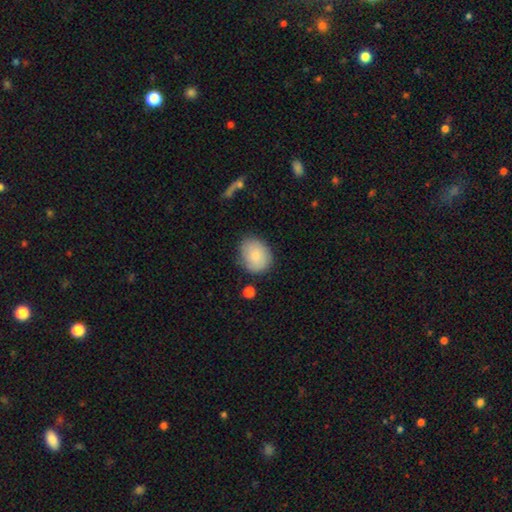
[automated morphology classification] This is clearly a smooth galaxy (81%). How rounded: likely round (63%). Merging: likely none (72%).